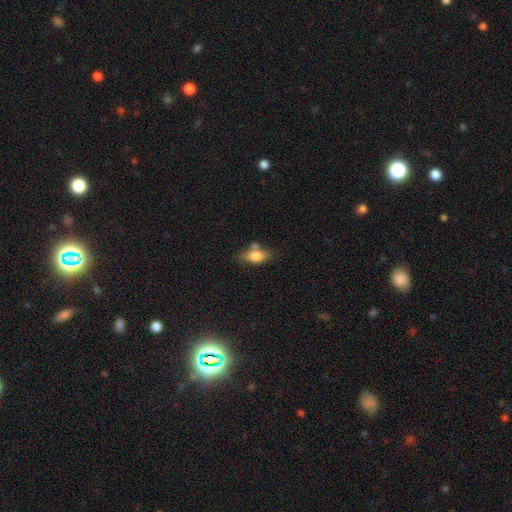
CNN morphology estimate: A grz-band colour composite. It shows a smooth galaxy with no disk features (76%) that is in between round and cigar-shaped (84%). Merging: none (55%).